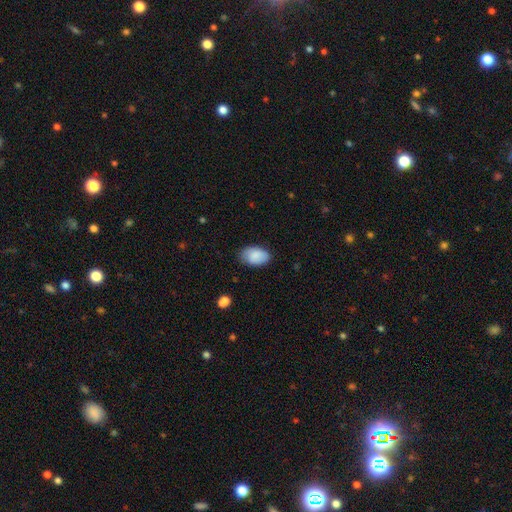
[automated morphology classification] Smooth or featured: smooth — 84% (featured or disk — 9%)
How rounded: in between — 92% (round — 7%)
Merging: none — 73% (minor disturbance — 21%)